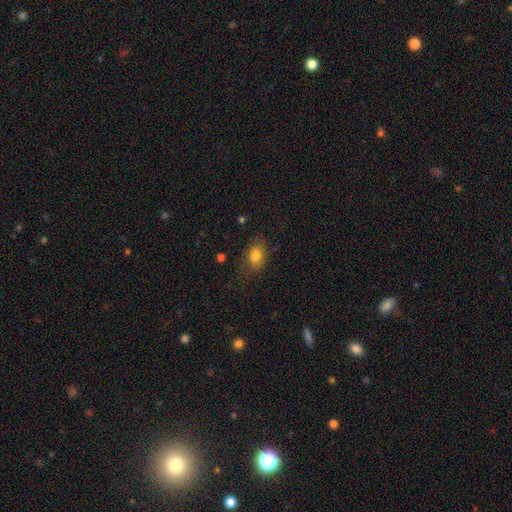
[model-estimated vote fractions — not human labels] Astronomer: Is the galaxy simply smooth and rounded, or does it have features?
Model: smooth — 81%.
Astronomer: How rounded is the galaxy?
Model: in between — 70%.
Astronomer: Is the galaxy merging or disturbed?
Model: none — 73%.